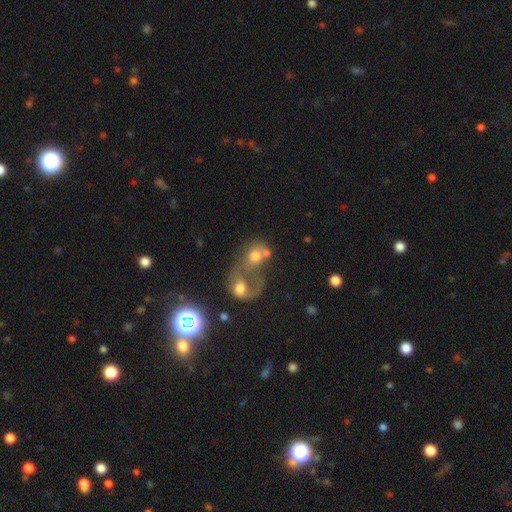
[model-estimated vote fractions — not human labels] A smooth galaxy with no disk features (55%) that is round (49%, tied with in between). Merging: merger (69%).